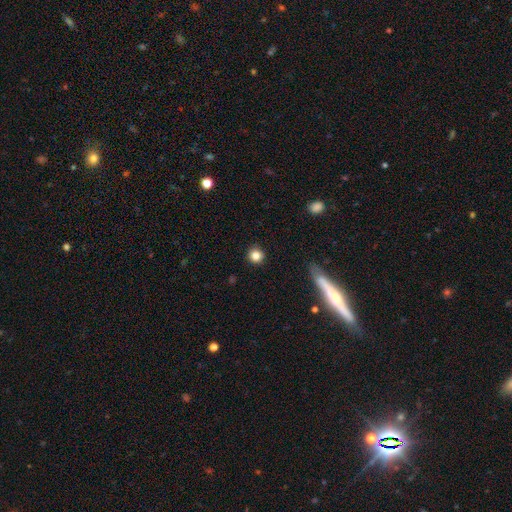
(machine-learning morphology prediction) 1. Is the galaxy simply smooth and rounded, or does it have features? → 83% smooth, 11% star or artifact, 6% featured or disk.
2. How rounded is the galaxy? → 93% round, 6% in between, 1% cigar-shaped.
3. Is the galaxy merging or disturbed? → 91% none, 6% minor disturbance, 2% major disturbance, 1% merger.